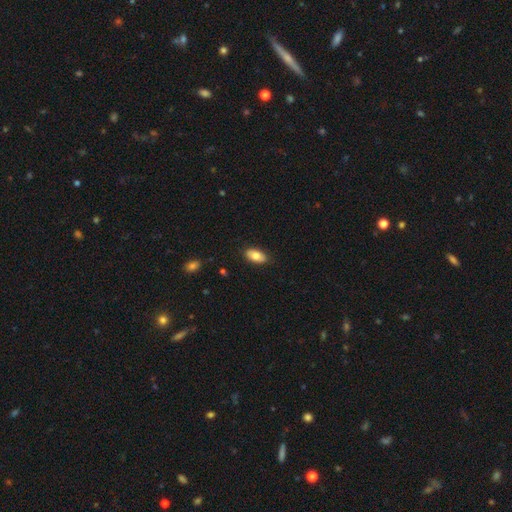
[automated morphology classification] smooth-or-featured: smooth: 78% | featured or disk: 15% | star or artifact: 7%
  how-rounded: in between: 93% | round: 4% | cigar-shaped: 3%
  merging: none: 85% | minor disturbance: 12% | major disturbance: 2% | merger: 1%